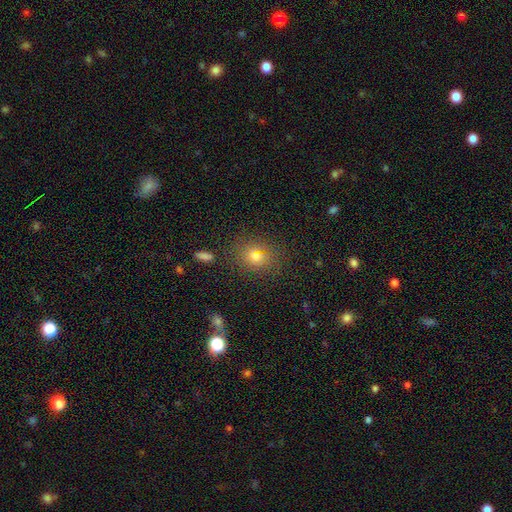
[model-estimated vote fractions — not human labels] Smooth or featured?
  - smooth: 66% *
  - star or artifact: 21%
  - featured or disk: 13%
How rounded?
  - round: 60% *
  - in between: 38%
  - cigar-shaped: 2%
Merging?
  - none: 77% *
  - minor disturbance: 13%
  - merger: 5%
  - major disturbance: 5%